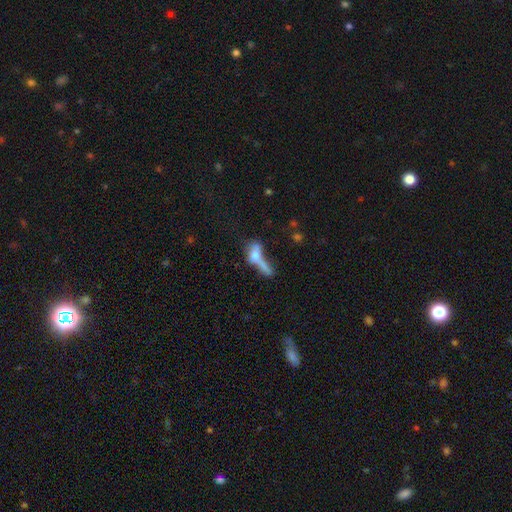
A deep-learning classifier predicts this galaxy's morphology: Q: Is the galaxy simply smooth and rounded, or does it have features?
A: smooth — 58%.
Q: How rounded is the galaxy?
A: in between — 51%.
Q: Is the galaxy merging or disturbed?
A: merger — 52%.